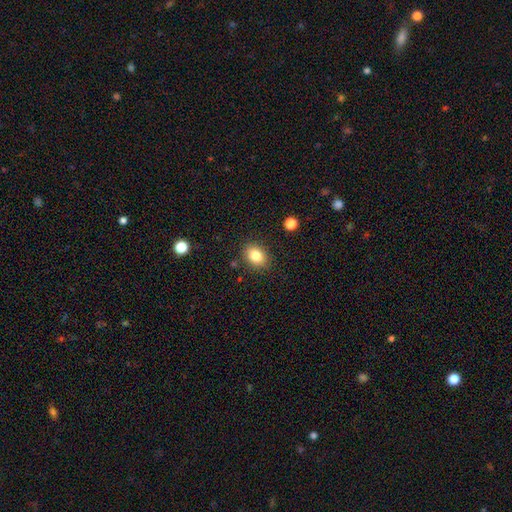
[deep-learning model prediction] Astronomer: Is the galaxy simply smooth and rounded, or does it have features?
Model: smooth — 82%.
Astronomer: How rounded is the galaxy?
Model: in between — 65%.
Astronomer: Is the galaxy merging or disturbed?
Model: none — 86%.